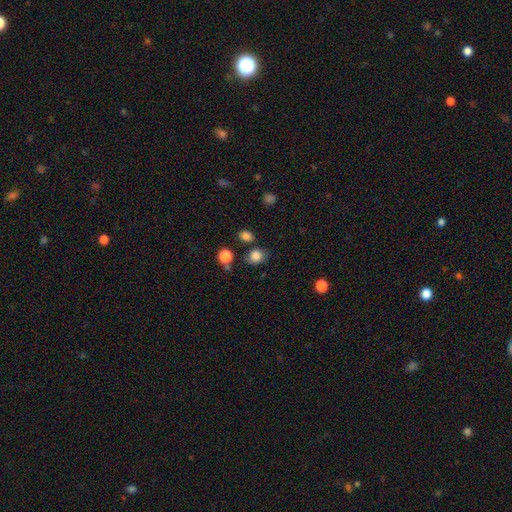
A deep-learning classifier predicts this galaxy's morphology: A smooth galaxy with no disk features (83%) that is round (53%). Merging: none (71%).